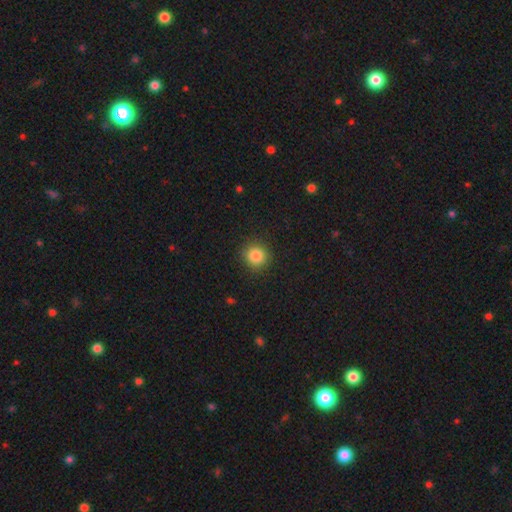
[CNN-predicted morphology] Smooth or featured? smooth (86%)
How rounded? round (91%)
Merging? none (89%)